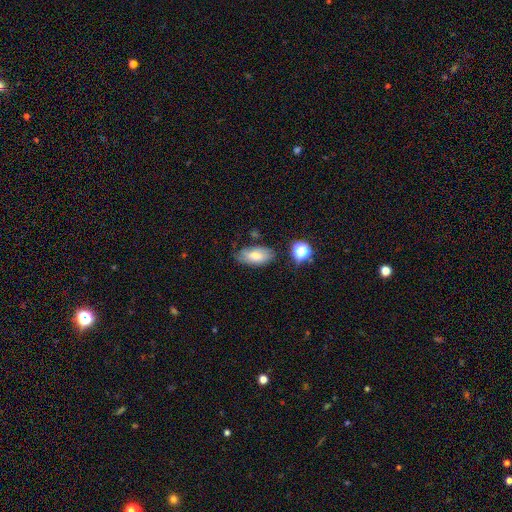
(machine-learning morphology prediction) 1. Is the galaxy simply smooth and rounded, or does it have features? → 68% smooth, 21% featured or disk, 11% star or artifact.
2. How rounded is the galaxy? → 90% in between, 5% cigar-shaped, 5% round.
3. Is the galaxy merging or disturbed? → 60% none, 28% minor disturbance, 8% major disturbance, 4% merger.